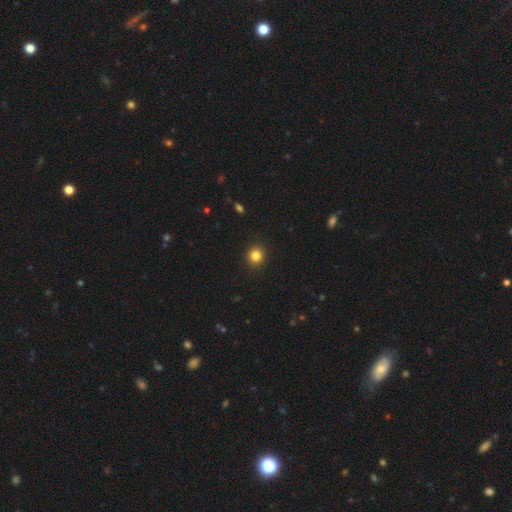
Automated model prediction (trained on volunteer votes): A smooth galaxy with no disk features (83%) that is round (87%). Merging: none (92%).